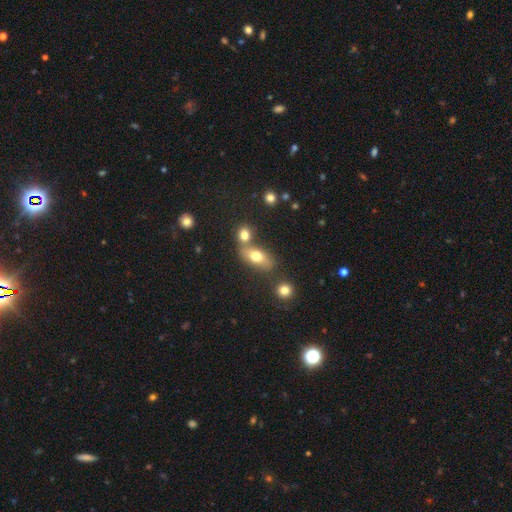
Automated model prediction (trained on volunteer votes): smooth-or-featured: smooth: 63% | featured or disk: 22% | star or artifact: 15%
  how-rounded: in between: 75% | round: 13% | cigar-shaped: 12%
  merging: none: 55% | merger: 28% | minor disturbance: 12% | major disturbance: 5%